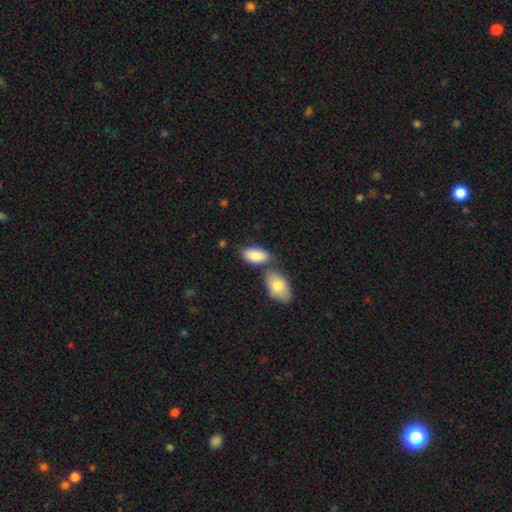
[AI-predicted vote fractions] Smooth or featured? Predicted: smooth (p=0.86). How rounded? Predicted: in between (p=0.94). Merging? Predicted: none (p=0.52).